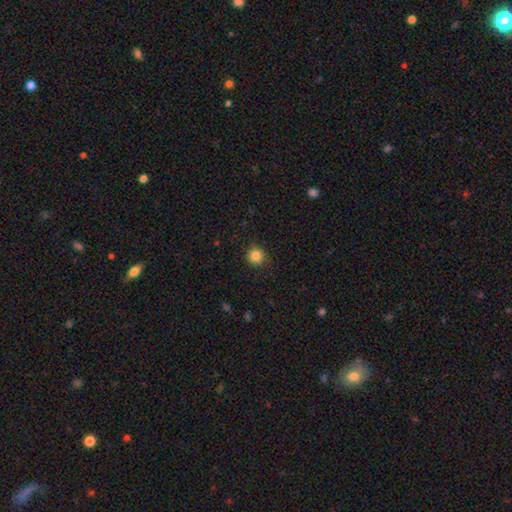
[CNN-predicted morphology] type=smooth (85%); roundness=round (93%); merging=none (86%).